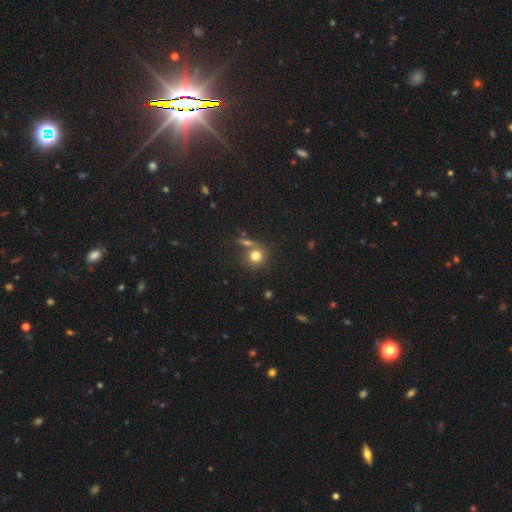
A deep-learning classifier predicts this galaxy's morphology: Smooth or featured? smooth (78%)
How rounded? round (88%)
Merging? none (63%)